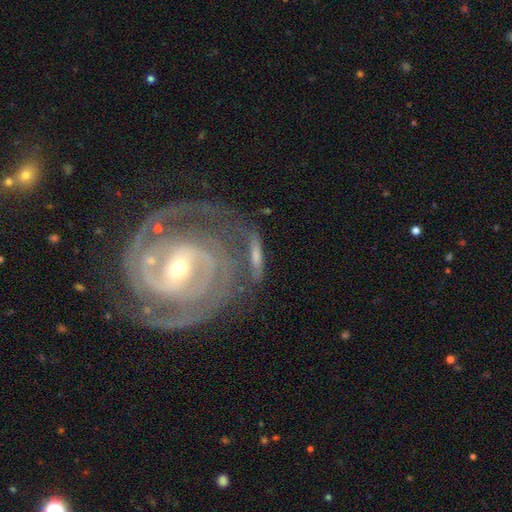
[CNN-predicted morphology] Q: Smooth or featured?
A: featured or disk (75%); runner-up: smooth (18%)
Q: Edge-on disk?
A: no (86%); runner-up: yes (14%)
Q: Bar?
A: weak (36%); runner-up: no (33%)
Q: Spiral arms?
A: yes (88%); runner-up: no (12%)
Q: Spiral winding?
A: tight (57%); runner-up: medium (32%)
Q: Spiral arm count?
A: 2 (60%); runner-up: can't tell (18%)
Q: Bulge size?
A: moderate (51%); runner-up: small (42%)
Q: Merging?
A: none (52%); runner-up: minor disturbance (19%)